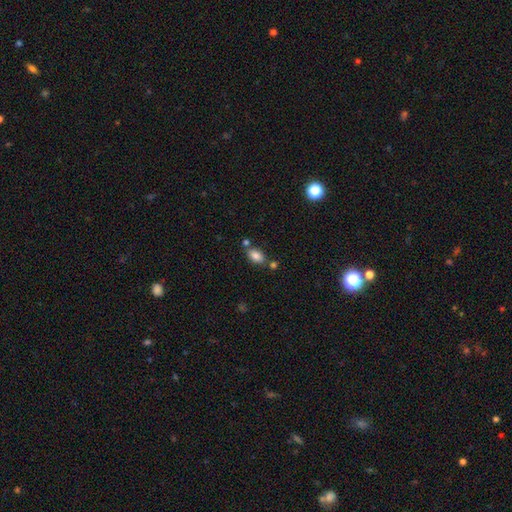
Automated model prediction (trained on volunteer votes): Smooth or featured: smooth — 84% (star or artifact — 9%)
How rounded: in between — 89% (round — 9%)
Merging: none — 66% (merger — 18%)